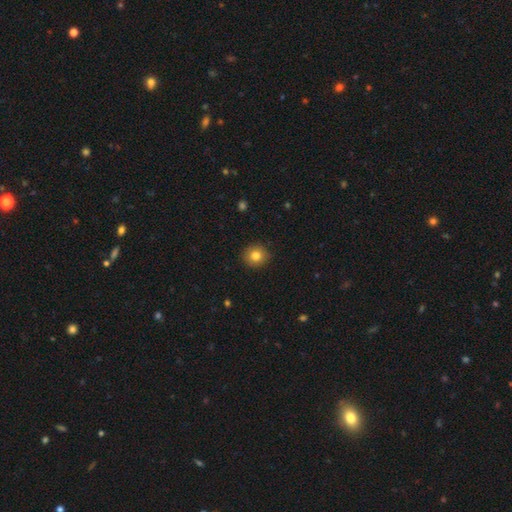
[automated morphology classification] Smooth or featured: smooth — 82% (star or artifact — 10%)
How rounded: round — 88% (in between — 11%)
Merging: none — 91% (minor disturbance — 6%)